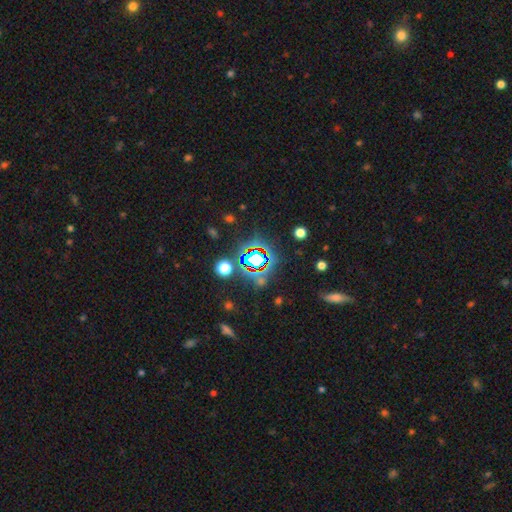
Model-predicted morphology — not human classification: Smooth or featured? Predicted: star or artifact (p=0.76).